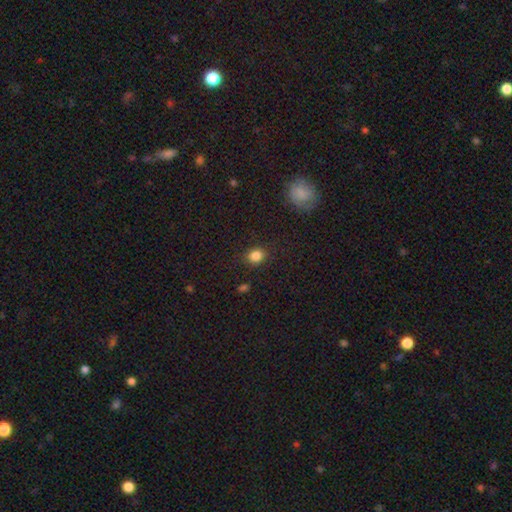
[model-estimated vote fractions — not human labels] Smooth or featured: smooth — 83% (star or artifact — 12%)
How rounded: round — 68% (in between — 31%)
Merging: none — 84% (minor disturbance — 11%)